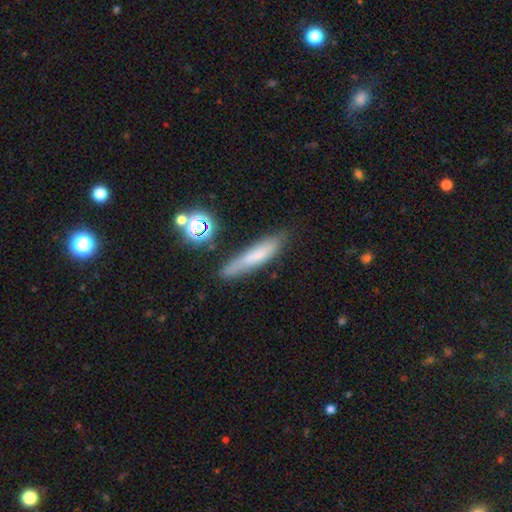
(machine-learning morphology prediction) type=smooth (63%); roundness=cigar-shaped (84%); merging=none (74%).